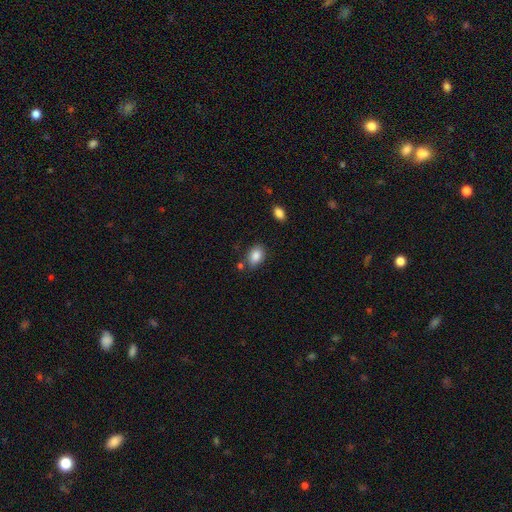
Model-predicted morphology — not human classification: smooth-or-featured: smooth: 85% | star or artifact: 8% | featured or disk: 6%
  how-rounded: in between: 78% | round: 21% | cigar-shaped: 1%
  merging: none: 71% | minor disturbance: 17% | merger: 7% | major disturbance: 4%